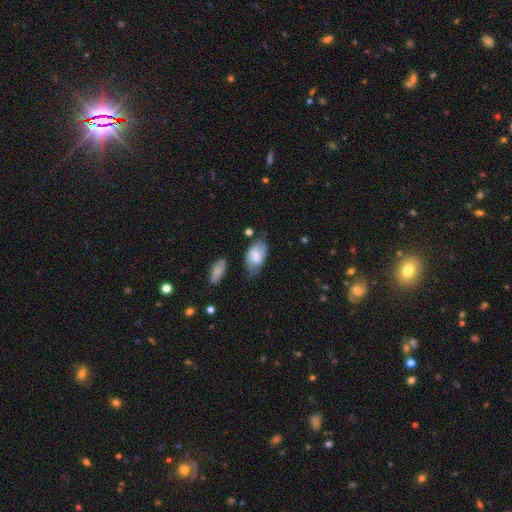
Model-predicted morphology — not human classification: Overall: smooth (60%; featured or disk 33%). How rounded: in between (90%). Merging: none (51%; minor disturbance 34%).